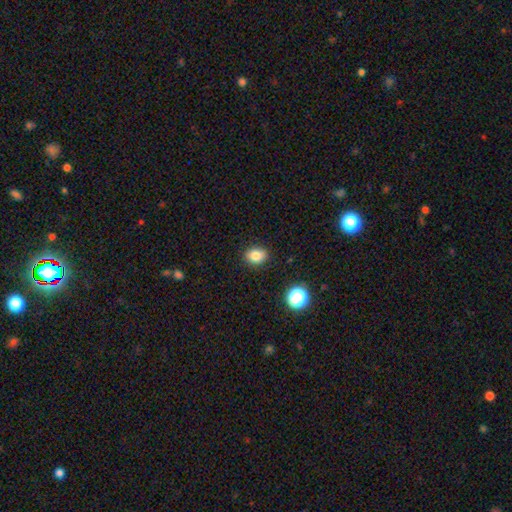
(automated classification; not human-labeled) Smooth or featured?
  - smooth: 82% *
  - star or artifact: 12%
  - featured or disk: 6%
How rounded?
  - in between: 50% *
  - round: 49%
  - cigar-shaped: 1%
Merging?
  - none: 87% *
  - minor disturbance: 9%
  - major disturbance: 2%
  - merger: 1%